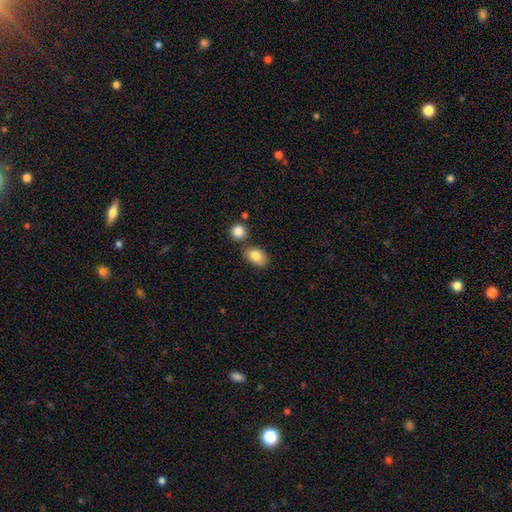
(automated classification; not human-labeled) This appears to be a smooth galaxy with no disk features (83%) that is in between round and cigar-shaped (81%). Merging: none (66%).